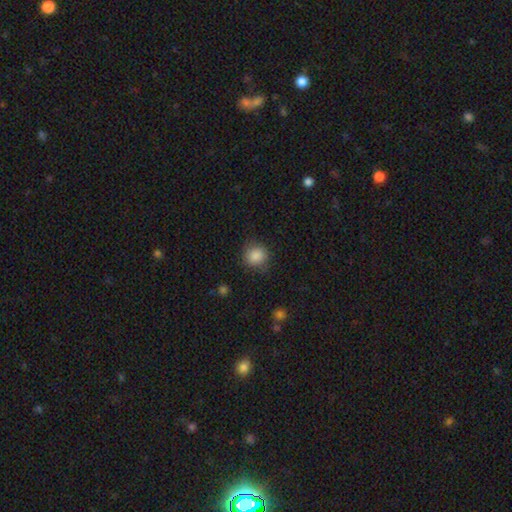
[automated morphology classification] smooth-or-featured: smooth: 87% | star or artifact: 9% | featured or disk: 4%
  how-rounded: round: 86% | in between: 13% | cigar-shaped: 1%
  merging: none: 82% | minor disturbance: 13% | major disturbance: 4% | merger: 1%